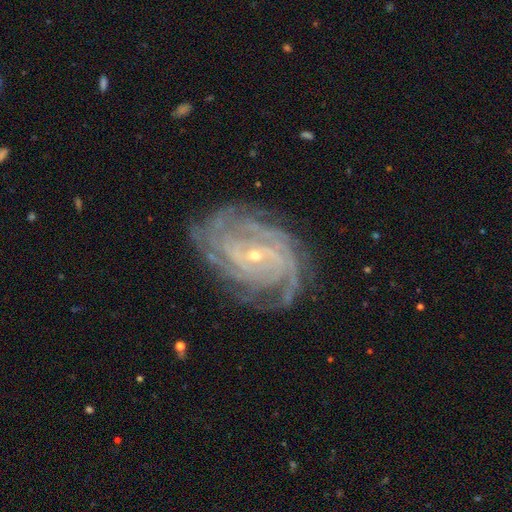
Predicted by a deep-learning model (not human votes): This is clearly a featured or disk galaxy (90%). It is clearly not viewed edge-on (97%). Bar: marginally no (41%, tied with weak). Spiral arm pattern: clearly yes (98%). Spiral arm count: marginally 4 (26%). Spiral winding: likely tight (75%). Central bulge: clearly small (81%). Merging: likely none (78%).